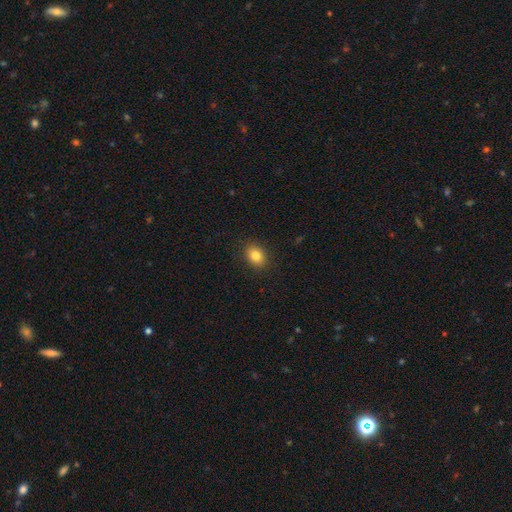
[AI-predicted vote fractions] Smooth or featured?
  - smooth: 84% *
  - star or artifact: 10%
  - featured or disk: 6%
How rounded?
  - in between: 65% *
  - round: 34%
  - cigar-shaped: 1%
Merging?
  - none: 89% *
  - minor disturbance: 8%
  - major disturbance: 2%
  - merger: 1%